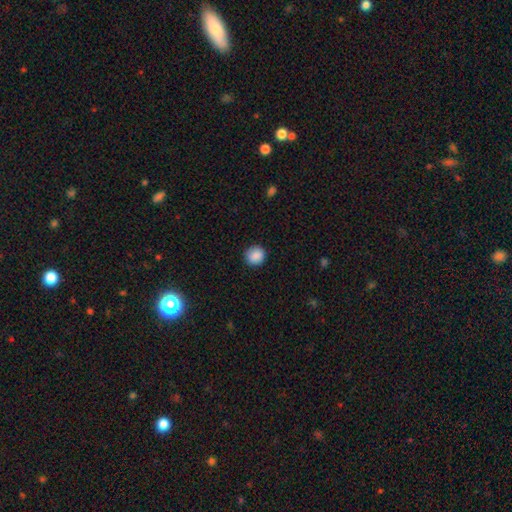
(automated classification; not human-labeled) smooth-or-featured: smooth: 89% | star or artifact: 8% | featured or disk: 3%
  how-rounded: round: 91% | in between: 8% | cigar-shaped: 1%
  merging: none: 89% | minor disturbance: 8% | major disturbance: 2% | merger: 1%